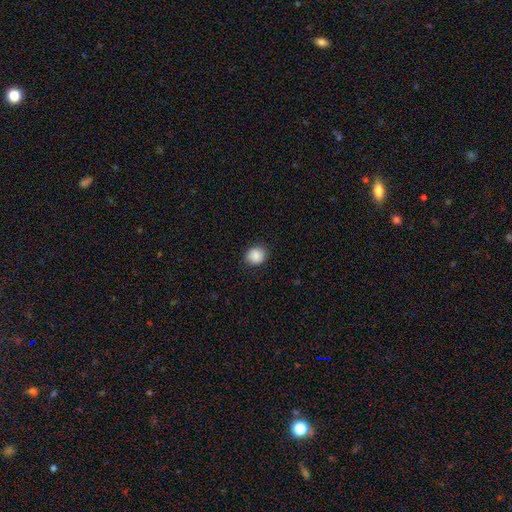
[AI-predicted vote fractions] Morphology: type=smooth (88%); roundness=round (80%); merging=none (86%).